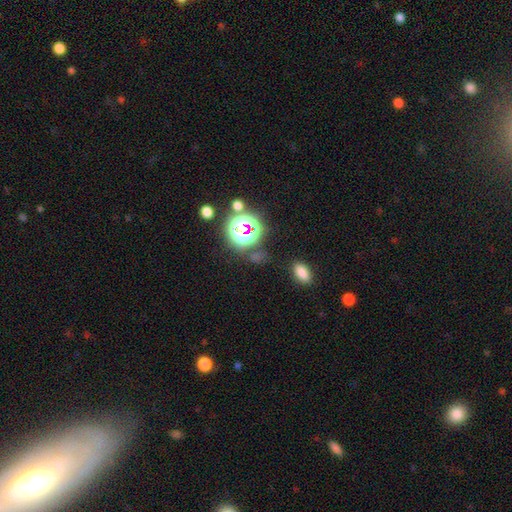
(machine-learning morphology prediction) Smooth or featured? Predicted: star or artifact (p=0.54).